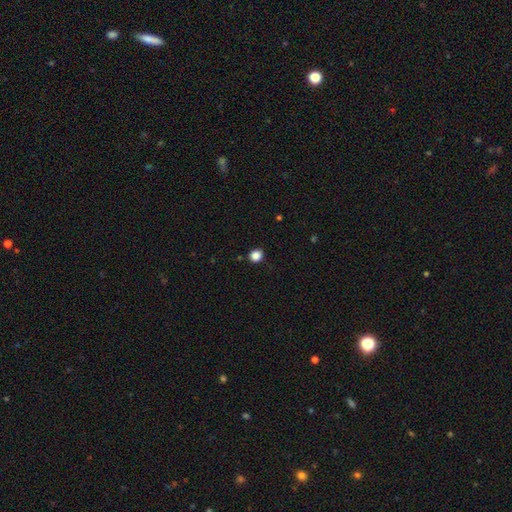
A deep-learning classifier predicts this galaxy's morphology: smooth 85%, star or artifact 12%, featured or disk 3%. Down the decision tree: how rounded — round (76%); merging — none (88%).